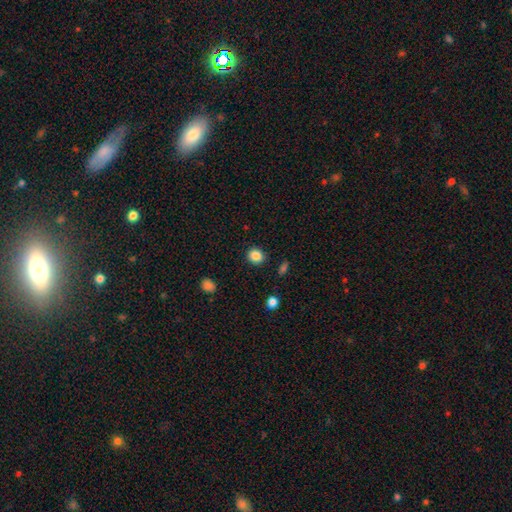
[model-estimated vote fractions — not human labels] smooth_or_featured: smooth (p=0.86) [alt: star or artifact p=0.10]
how_rounded: round (p=0.83) [alt: in between p=0.16]
merging: none (p=0.90) [alt: minor disturbance p=0.06]